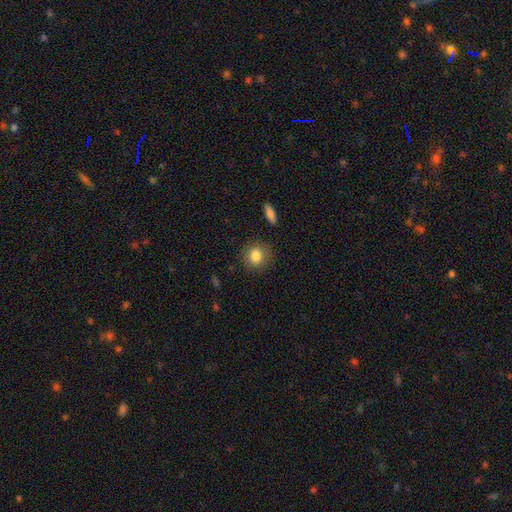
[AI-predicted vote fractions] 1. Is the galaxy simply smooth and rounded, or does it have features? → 84% smooth, 9% star or artifact, 7% featured or disk.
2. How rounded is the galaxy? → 80% round, 18% in between, 1% cigar-shaped.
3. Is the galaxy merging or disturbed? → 86% none, 10% minor disturbance, 3% major disturbance, 1% merger.